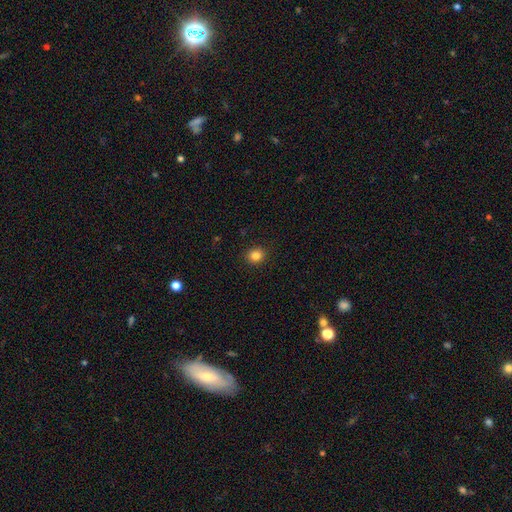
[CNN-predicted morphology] This is clearly a smooth galaxy (84%). How rounded: clearly round (83%). Merging: clearly none (91%).